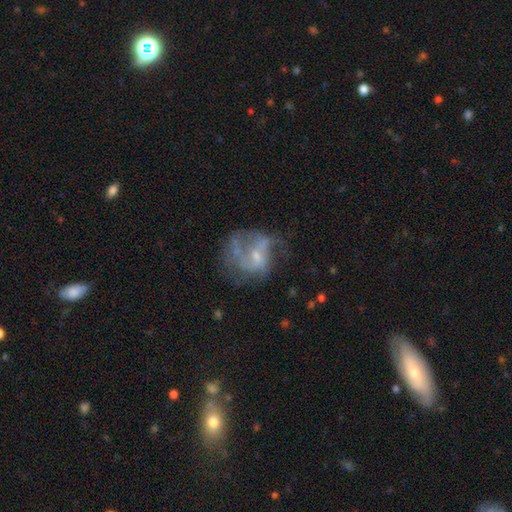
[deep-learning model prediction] A featured or disk galaxy (67%) with no bar (57%), spiral arms (61%) and a small central bulge (55%).

Vote fractions:
- Smooth or featured? featured or disk: 67% / smooth: 23% / star or artifact: 10%
- Edge-on disk? no: 98% / yes: 2%
- Bar? no: 57% / weak: 36% / strong: 7%
- Spiral arms? yes: 61% / no: 39%
- Bulge size? small: 55% / moderate: 28% / none: 14% / large: 2% / dominant: 1%
- Merging? none: 38% / major disturbance: 36% / minor disturbance: 20% / merger: 5%